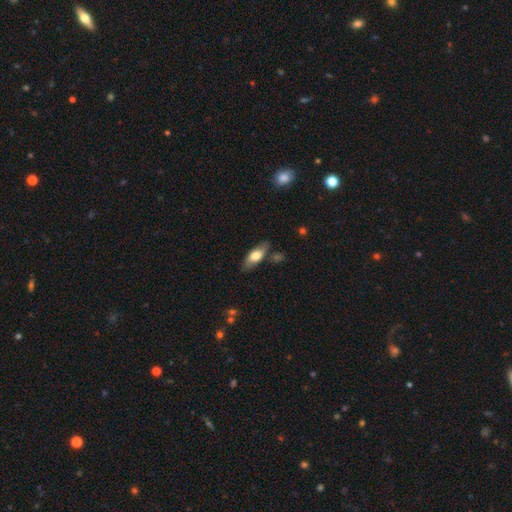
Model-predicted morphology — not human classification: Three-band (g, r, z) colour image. It shows a smooth galaxy with no disk features (65%) that is in between round and cigar-shaped (75%). Merging: none (76%).